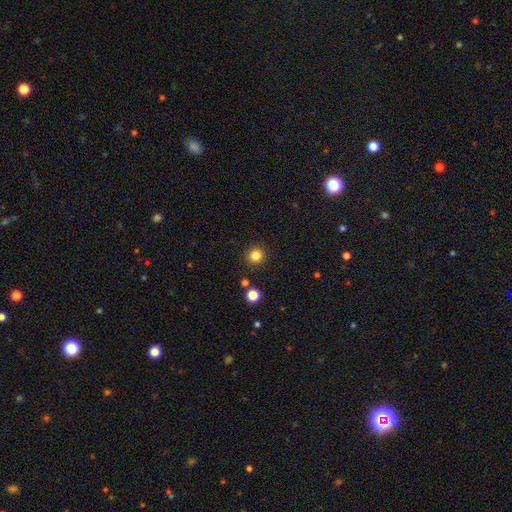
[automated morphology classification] smooth-or-featured: smooth: 83% | star or artifact: 13% | featured or disk: 5%
  how-rounded: round: 94% | in between: 5% | cigar-shaped: 1%
  merging: none: 90% | minor disturbance: 6% | merger: 2% | major disturbance: 2%